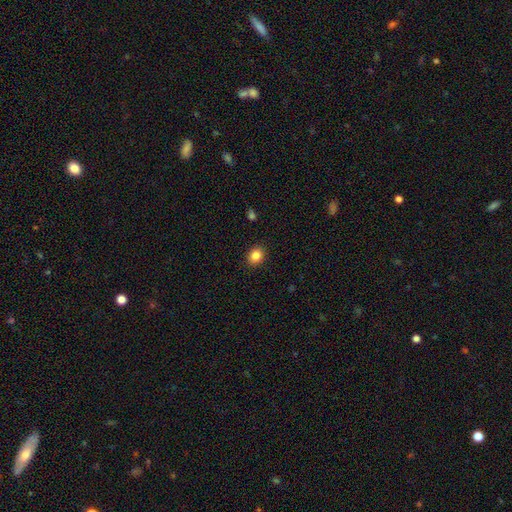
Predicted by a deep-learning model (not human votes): A smooth galaxy with no disk features (85%) that is round (57%).

Vote fractions:
- Smooth or featured? smooth: 85% / star or artifact: 10% / featured or disk: 5%
- How rounded? round: 57% / in between: 42% / cigar-shaped: 1%
- Merging? none: 90% / minor disturbance: 7% / major disturbance: 2% / merger: 1%